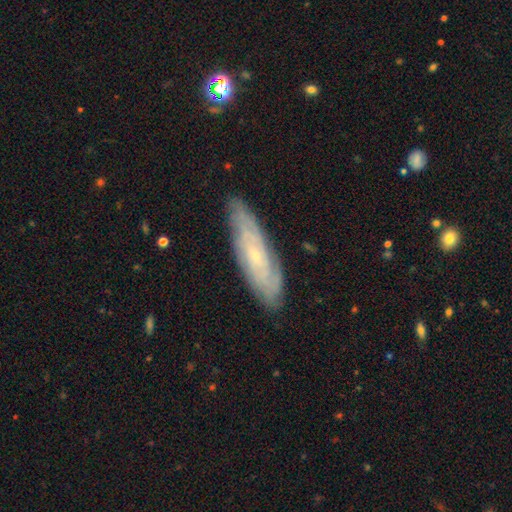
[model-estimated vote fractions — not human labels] This appears to be a featured or disk galaxy (68%) with no bar (71%), spiral arms (86%) and a small central bulge (79%). Merging: none (81%).